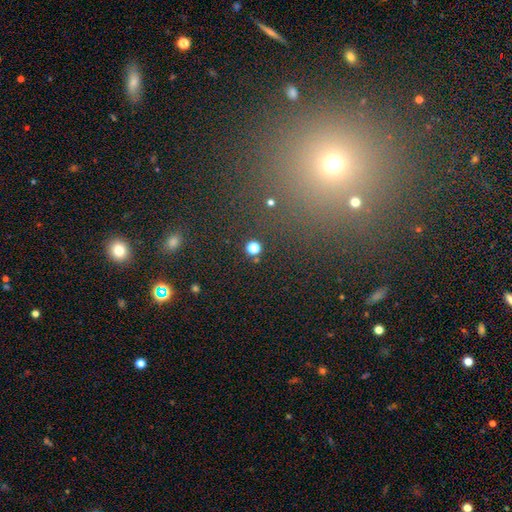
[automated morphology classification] star or artifact 48%, smooth 43%, featured or disk 8%.